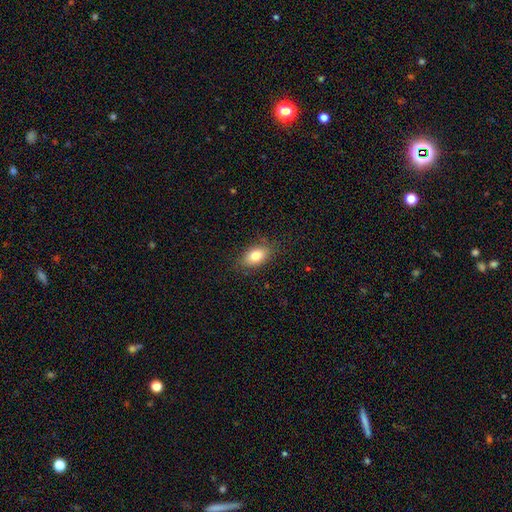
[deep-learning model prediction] This is clearly a smooth galaxy (81%). How rounded: clearly in between (88%). Merging: clearly none (82%).